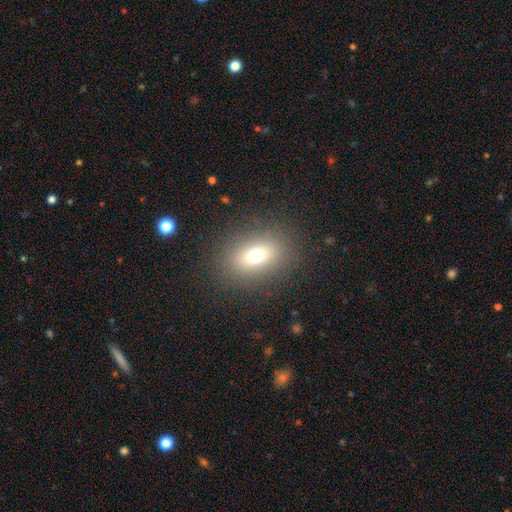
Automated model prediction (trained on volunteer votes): smooth 72%, featured or disk 14%, star or artifact 14%. Down the decision tree: how rounded — in between (69%); merging — none (85%).